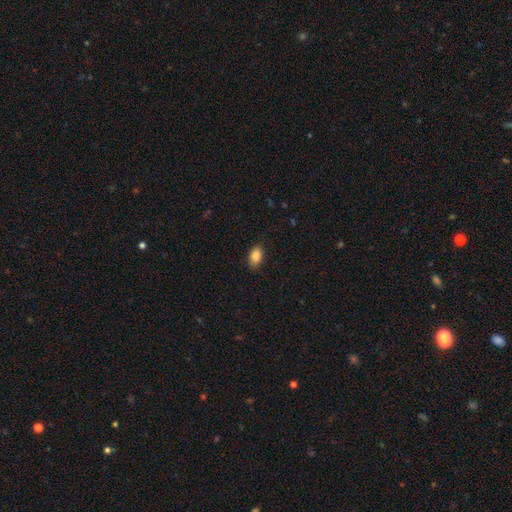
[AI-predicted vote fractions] smooth_or_featured: smooth (p=0.87) [alt: star or artifact p=0.08]
how_rounded: in between (p=0.89) [alt: round p=0.10]
merging: none (p=0.85) [alt: minor disturbance p=0.11]